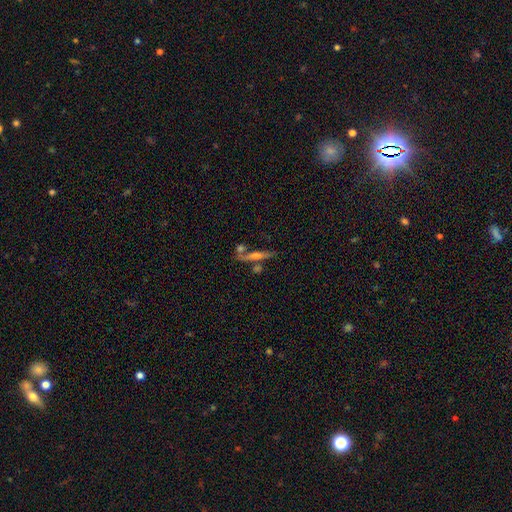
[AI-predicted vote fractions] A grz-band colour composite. It shows a featured or disk galaxy (65%) viewed edge-on (90%) with a rounded central bulge (75%). Merging: none (61%).